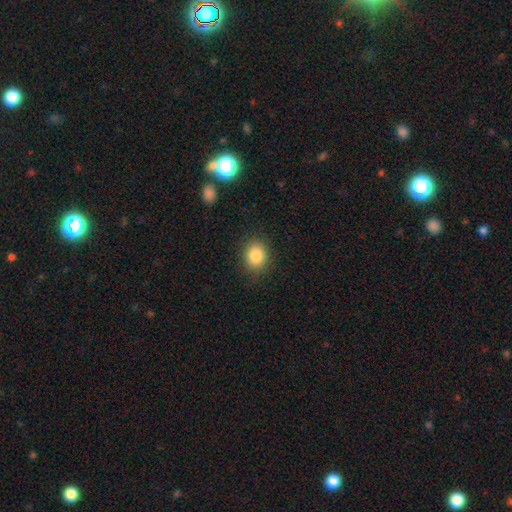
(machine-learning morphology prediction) type=smooth (85%); roundness=round (61%); merging=none (87%).